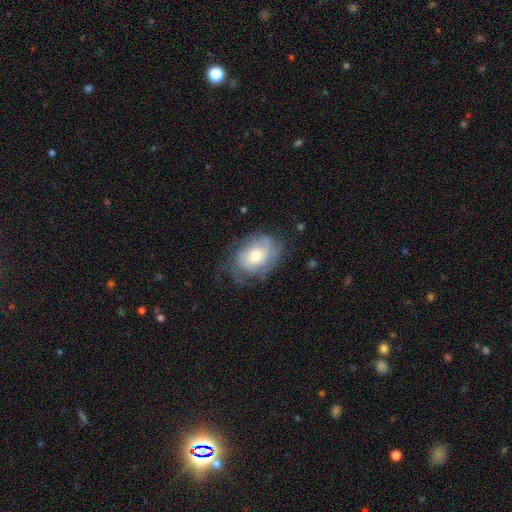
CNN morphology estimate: smooth_or_featured: featured or disk (p=0.62) [alt: smooth p=0.30]
disk_edge_on: no (p=0.96) [alt: yes p=0.04]
bar: no (p=0.77) [alt: weak p=0.20]
has_spiral_arms: yes (p=0.82) [alt: no p=0.18]
bulge_size: moderate (p=0.58) [alt: small p=0.30]
merging: none (p=0.60) [alt: minor disturbance p=0.24]